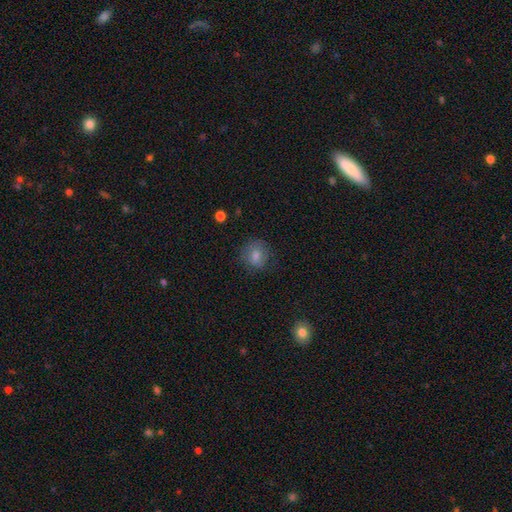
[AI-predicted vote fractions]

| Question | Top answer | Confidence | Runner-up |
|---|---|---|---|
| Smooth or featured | smooth | 76% | featured or disk (14%) |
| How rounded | round | 77% | in between (22%) |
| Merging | none | 75% | minor disturbance (17%) |